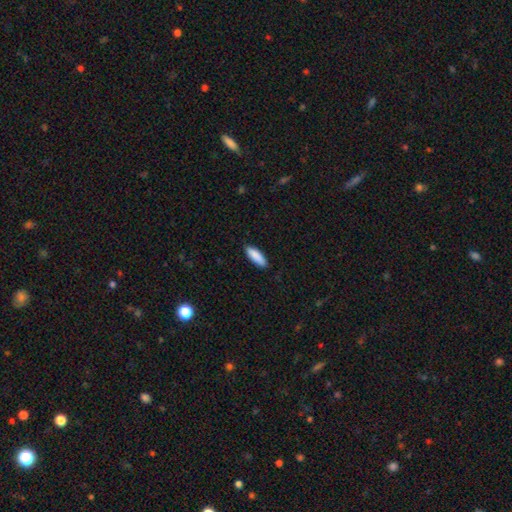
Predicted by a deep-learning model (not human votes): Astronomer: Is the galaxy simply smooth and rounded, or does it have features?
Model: smooth — 88%.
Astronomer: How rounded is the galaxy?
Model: in between — 55% (runner-up: cigar-shaped, 44%).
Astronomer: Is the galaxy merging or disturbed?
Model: none — 88%.